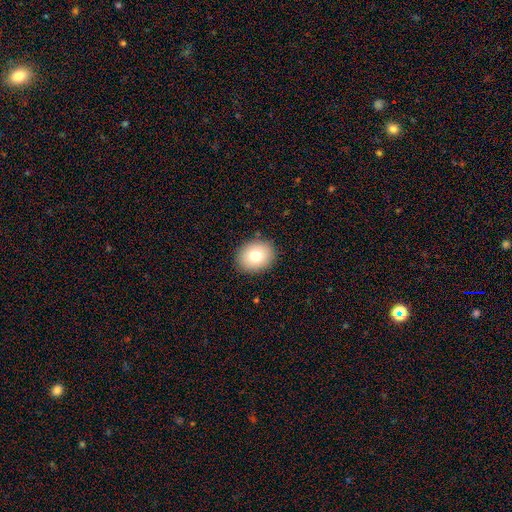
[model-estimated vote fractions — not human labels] Smooth or featured? Predicted: smooth (p=0.76). How rounded? Predicted: round (p=0.55). Merging? Predicted: none (p=0.89).